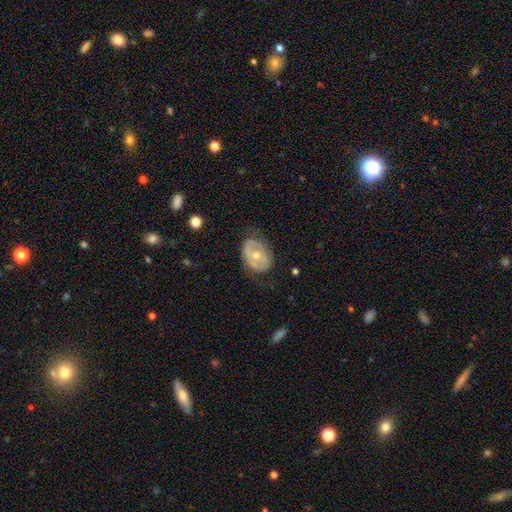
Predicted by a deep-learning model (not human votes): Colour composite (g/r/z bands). It shows a featured or disk galaxy (56%) with no bar (67%), no spiral arms (67%) and a moderate central bulge (63%). Merging: none (63%).